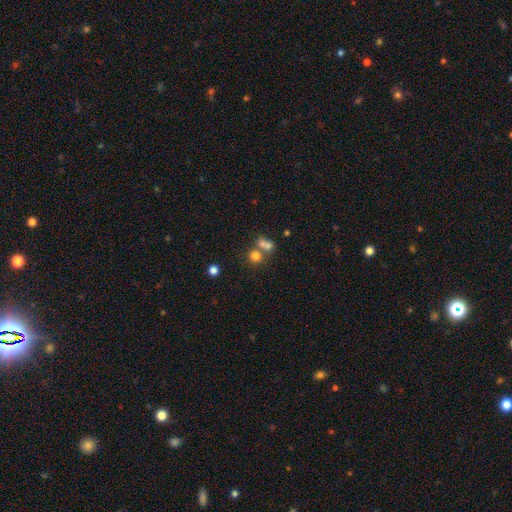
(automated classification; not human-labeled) smooth-or-featured: smooth: 73% | star or artifact: 15% | featured or disk: 12%
  how-rounded: round: 82% | in between: 17% | cigar-shaped: 1%
  merging: merger: 45% | none: 44% | minor disturbance: 7% | major disturbance: 4%